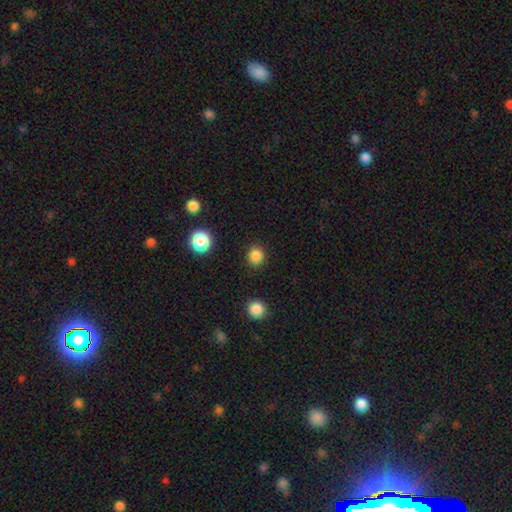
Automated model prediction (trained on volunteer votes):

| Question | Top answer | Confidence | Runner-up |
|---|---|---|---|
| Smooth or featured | smooth | 85% | star or artifact (12%) |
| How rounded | round | 88% | in between (11%) |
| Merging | none | 90% | minor disturbance (6%) |